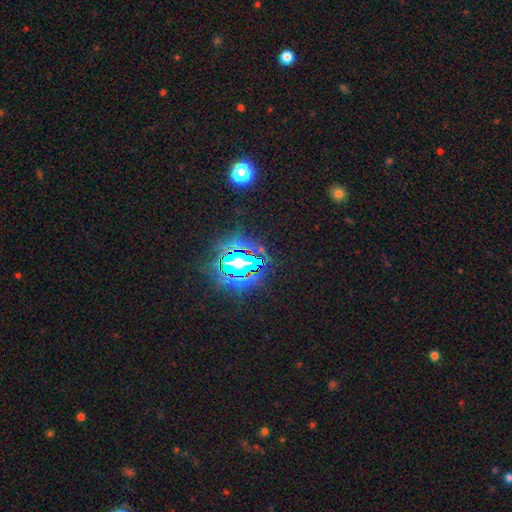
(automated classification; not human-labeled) This appears to be a star or artifact, not a galaxy (84%).